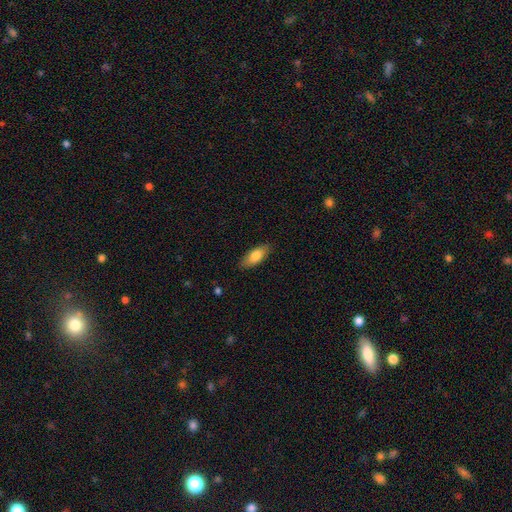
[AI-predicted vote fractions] A smooth galaxy with no disk features (79%) that is in between round and cigar-shaped (82%).

Vote fractions:
- Smooth or featured? smooth: 79% / featured or disk: 15% / star or artifact: 6%
- How rounded? in between: 82% / cigar-shaped: 16% / round: 2%
- Merging? none: 86% / minor disturbance: 11% / major disturbance: 2% / merger: 1%